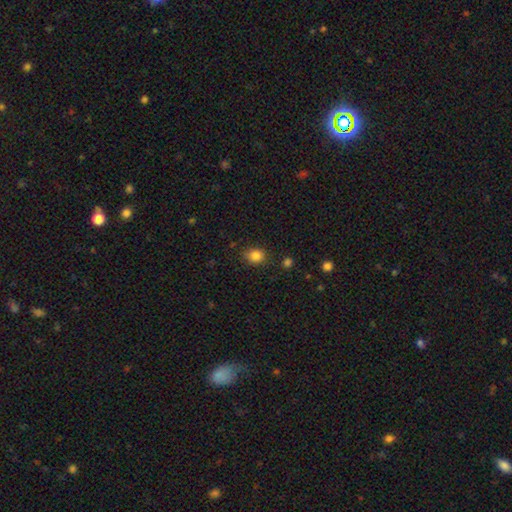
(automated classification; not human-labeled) Morphology: type=smooth (84%); roundness=round (59%); merging=none (82%).